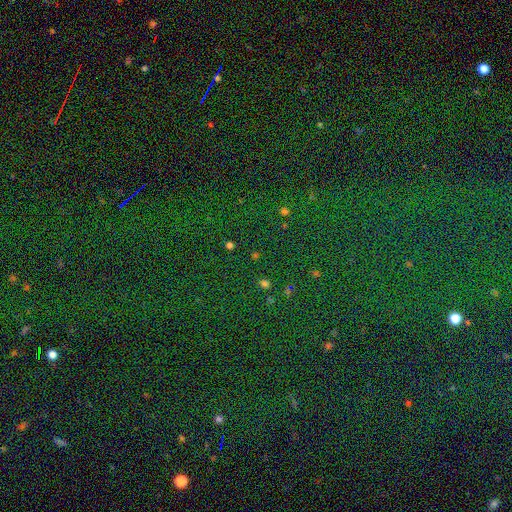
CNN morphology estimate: A star or artifact, not a galaxy (67%).

Vote fractions:
- Smooth or featured? star or artifact: 67% / smooth: 25% / featured or disk: 8%